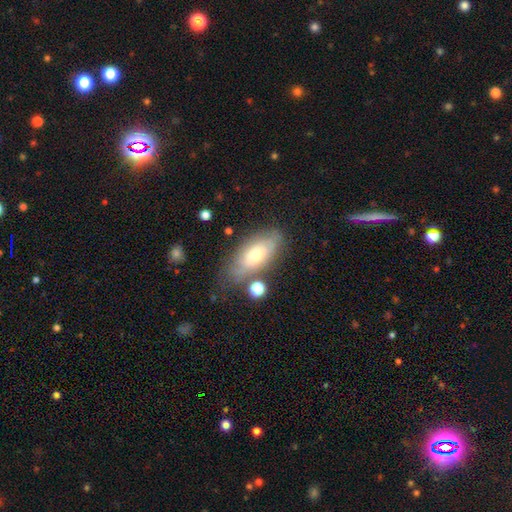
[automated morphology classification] A smooth galaxy with no disk features (53%) that is in between round and cigar-shaped (85%). Merging: none (66%).